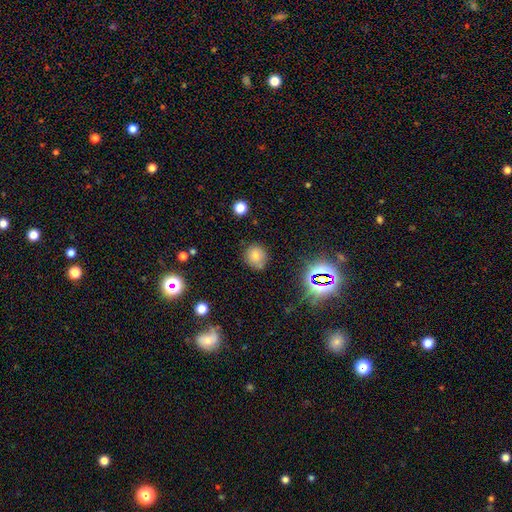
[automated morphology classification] The model was most divided on "smooth or featured": smooth: 71%, star or artifact: 18%, featured or disk: 11%. More confident: how rounded — round (82%); merging — none (72%).